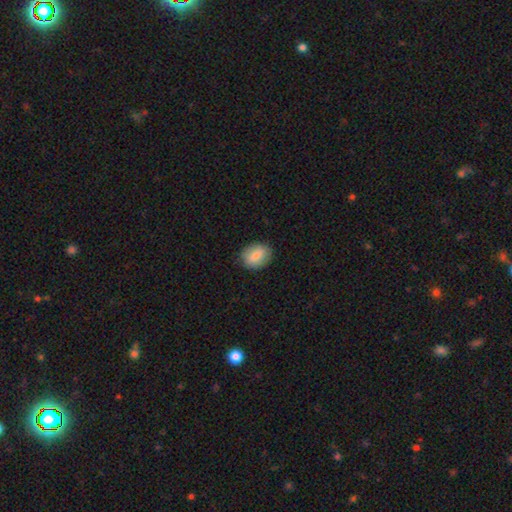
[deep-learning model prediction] A smooth galaxy with no disk features (80%) that is in between round and cigar-shaped (62%). Merging: none (84%).